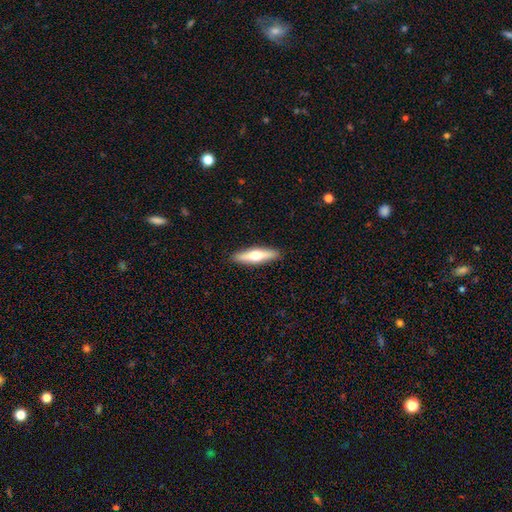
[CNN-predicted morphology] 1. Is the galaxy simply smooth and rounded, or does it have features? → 48% featured or disk, 46% smooth, 5% star or artifact.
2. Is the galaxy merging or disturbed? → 91% none, 7% minor disturbance, 2% major disturbance, 1% merger.